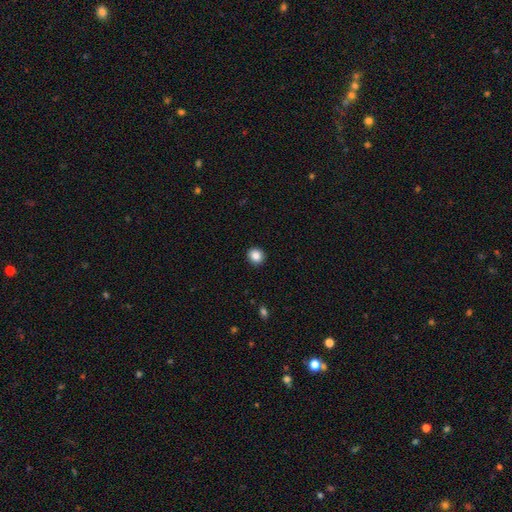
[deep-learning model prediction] This is clearly a smooth galaxy (87%). How rounded: clearly round (87%). Merging: clearly none (92%).